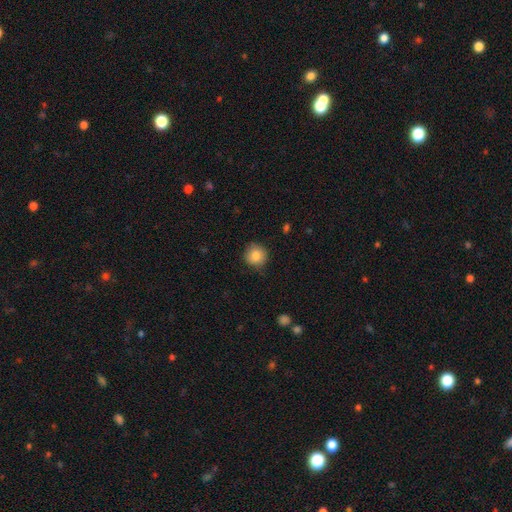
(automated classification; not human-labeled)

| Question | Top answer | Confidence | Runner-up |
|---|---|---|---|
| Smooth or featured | smooth | 84% | star or artifact (9%) |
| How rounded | round | 93% | in between (6%) |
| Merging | none | 84% | minor disturbance (12%) |